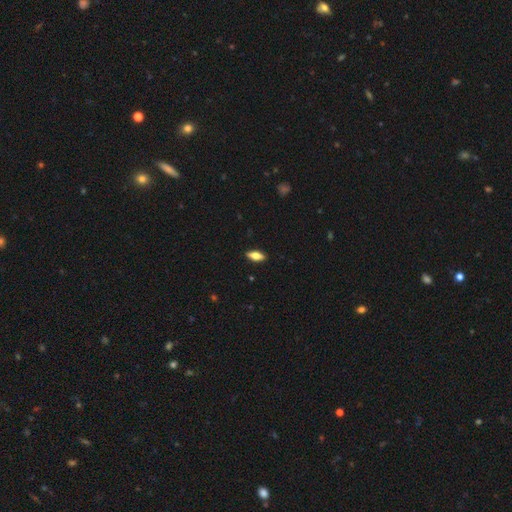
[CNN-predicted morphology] A smooth galaxy with no disk features (63%) that is in between round and cigar-shaped (76%).

Vote fractions:
- Smooth or featured? smooth: 63% / featured or disk: 30% / star or artifact: 7%
- How rounded? in between: 76% / cigar-shaped: 21% / round: 3%
- Merging? none: 89% / minor disturbance: 8% / major disturbance: 2% / merger: 1%